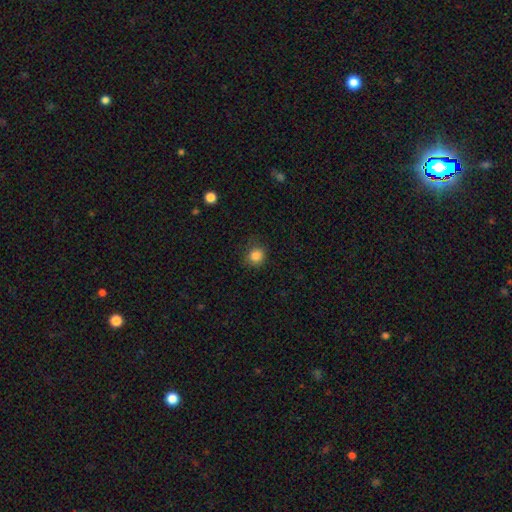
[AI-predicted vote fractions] This appears to be a smooth galaxy with no disk features (85%) that is round (82%). Merging: none (78%).